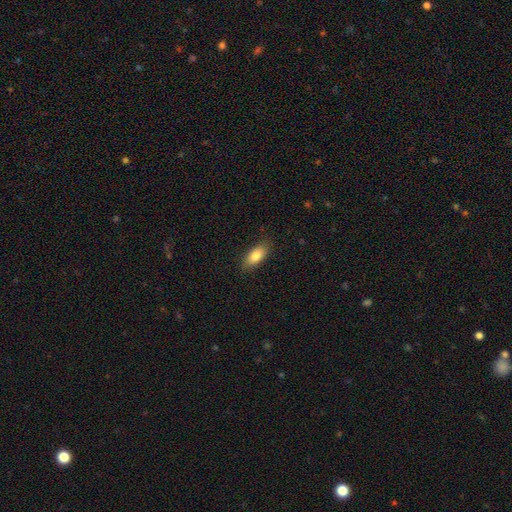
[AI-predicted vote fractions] Morphology: type=smooth (83%); roundness=in between (86%); merging=none (85%).